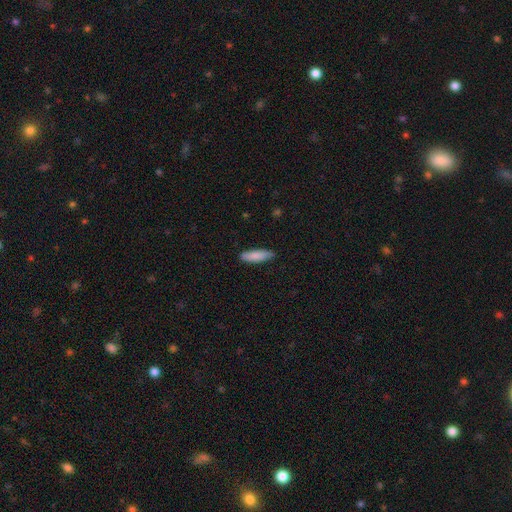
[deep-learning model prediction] smooth-or-featured: smooth: 86% | featured or disk: 9% | star or artifact: 5%
  how-rounded: cigar-shaped: 58% | in between: 41% | round: 2%
  merging: none: 82% | minor disturbance: 15% | major disturbance: 2% | merger: 1%